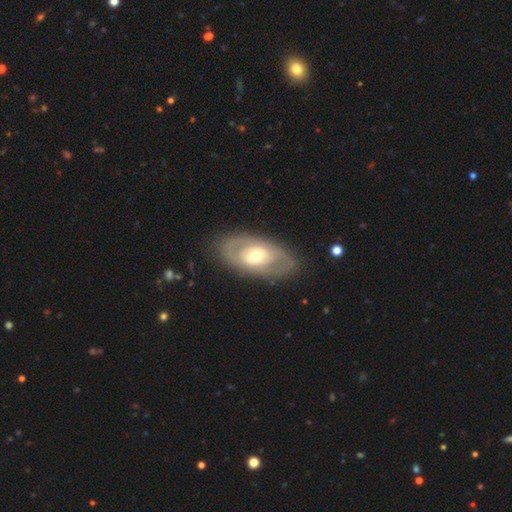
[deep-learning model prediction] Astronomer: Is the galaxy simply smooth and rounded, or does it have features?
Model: featured or disk — 64%.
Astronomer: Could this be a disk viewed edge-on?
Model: no — 90%.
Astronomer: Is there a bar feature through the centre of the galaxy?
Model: no — 75%.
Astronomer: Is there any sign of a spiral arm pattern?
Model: no — 68%.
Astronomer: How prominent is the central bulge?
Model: moderate — 63%.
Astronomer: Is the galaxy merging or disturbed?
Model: none — 82%.